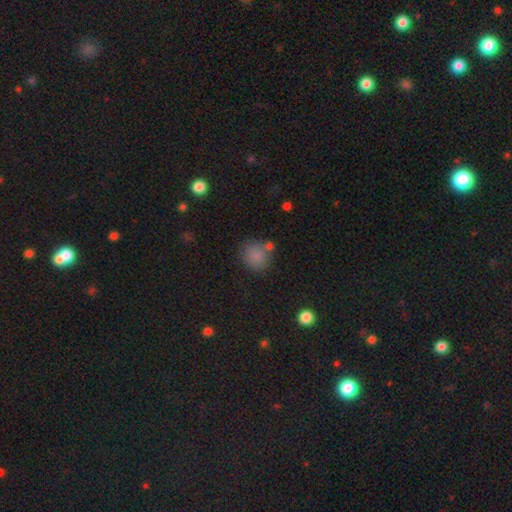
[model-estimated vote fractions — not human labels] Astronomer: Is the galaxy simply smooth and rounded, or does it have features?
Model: smooth — 81%.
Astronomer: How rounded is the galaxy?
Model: round — 84%.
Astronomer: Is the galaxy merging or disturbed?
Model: none — 68%.